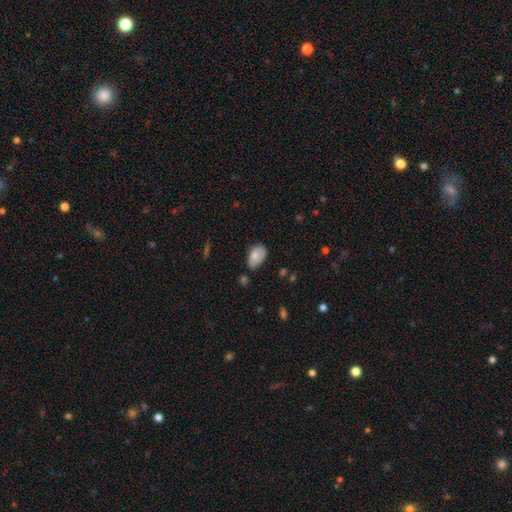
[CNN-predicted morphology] Smooth or featured?
  - smooth: 73% *
  - featured or disk: 20%
  - star or artifact: 8%
How rounded?
  - in between: 91% *
  - round: 7%
  - cigar-shaped: 2%
Merging?
  - none: 51% *
  - minor disturbance: 36%
  - major disturbance: 9%
  - merger: 4%